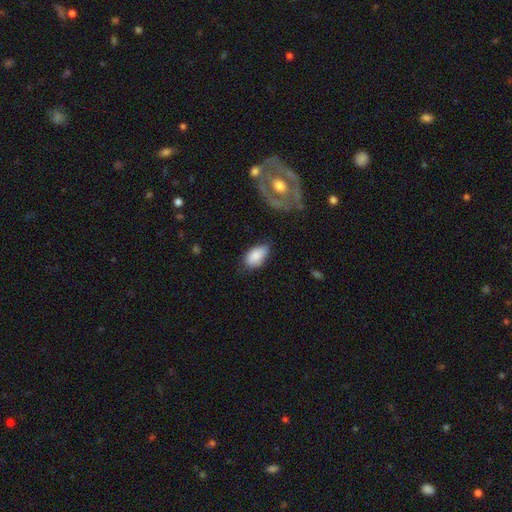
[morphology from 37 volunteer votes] type=smooth (92%); roundness=in between (94%); merging=none (61%).